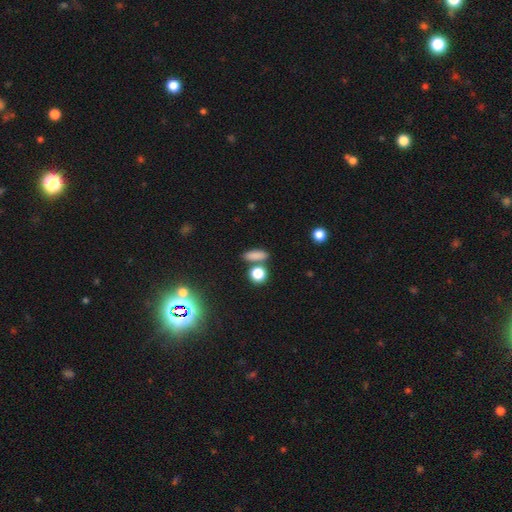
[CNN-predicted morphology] This is clearly a smooth galaxy (80%). How rounded: marginally in between (44%). Merging: likely none (73%).